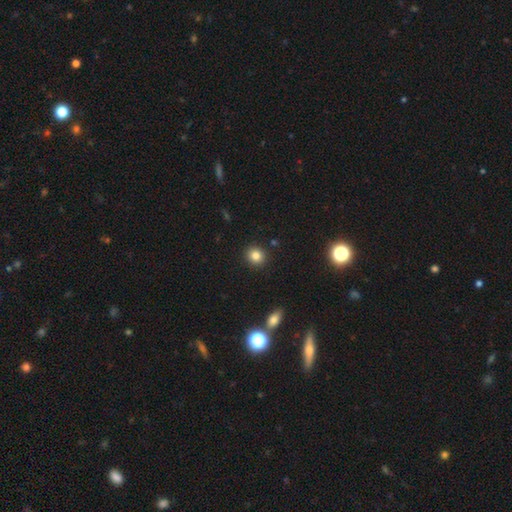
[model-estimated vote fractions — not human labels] Smooth or featured? smooth (82%)
How rounded? round (86%)
Merging? none (91%)